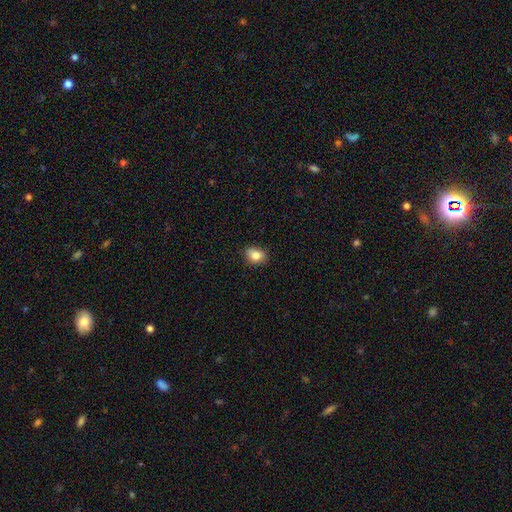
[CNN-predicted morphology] Smooth or featured: smooth — 83% (star or artifact — 9%)
How rounded: in between — 61% (round — 37%)
Merging: none — 84% (minor disturbance — 13%)